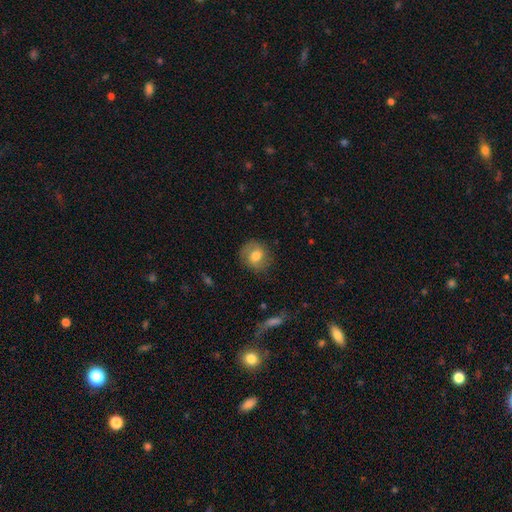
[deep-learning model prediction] smooth_or_featured: smooth (p=0.64) [alt: featured or disk p=0.28]
how_rounded: round (p=0.78) [alt: in between p=0.21]
merging: none (p=0.78) [alt: minor disturbance p=0.15]